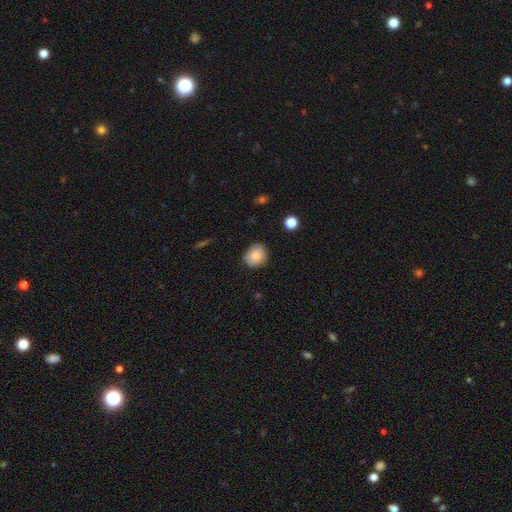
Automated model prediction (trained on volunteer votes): smooth 85%, star or artifact 8%, featured or disk 7%. Down the decision tree: how rounded — round (64%); merging — none (78%).